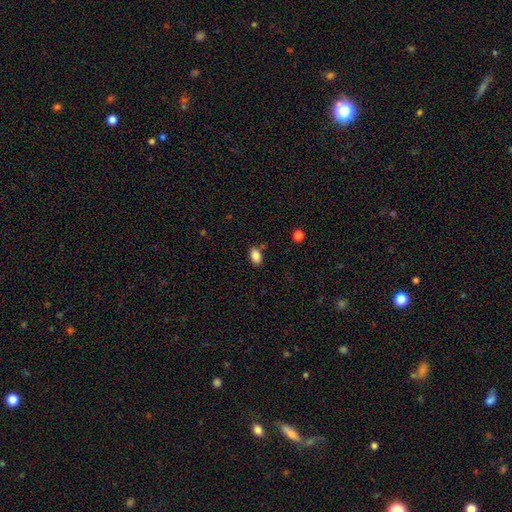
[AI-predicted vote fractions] A smooth galaxy with no disk features (86%) that is in between round and cigar-shaped (87%). Merging: none (81%).